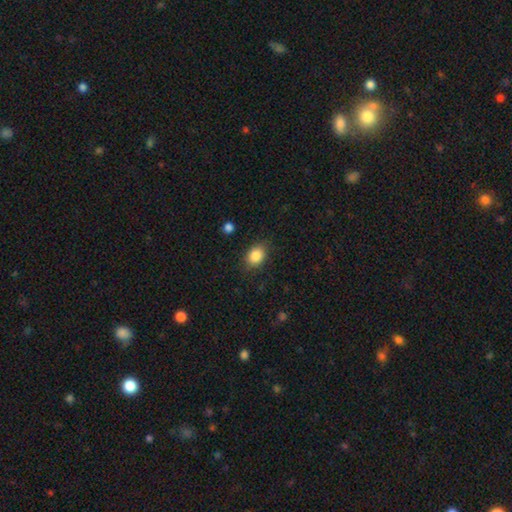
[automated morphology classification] Overall: smooth (86%). How rounded: in between (58%; round 41%). Merging: none (82%).